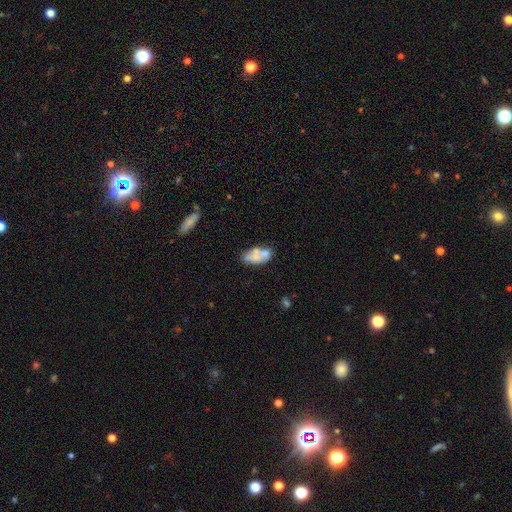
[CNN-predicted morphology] smooth-or-featured: smooth: 54% | featured or disk: 37% | star or artifact: 9%
  how-rounded: in between: 90% | round: 6% | cigar-shaped: 4%
  merging: none: 40% | merger: 27% | minor disturbance: 21% | major disturbance: 11%